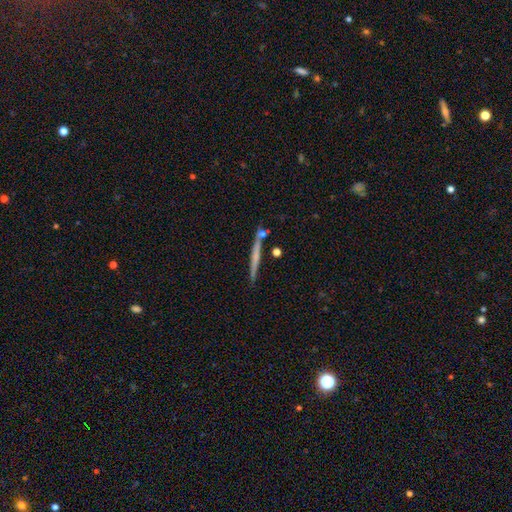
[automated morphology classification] smooth_or_featured: featured or disk (p=0.49) [alt: smooth p=0.44]
merging: none (p=0.83) [alt: minor disturbance p=0.09]